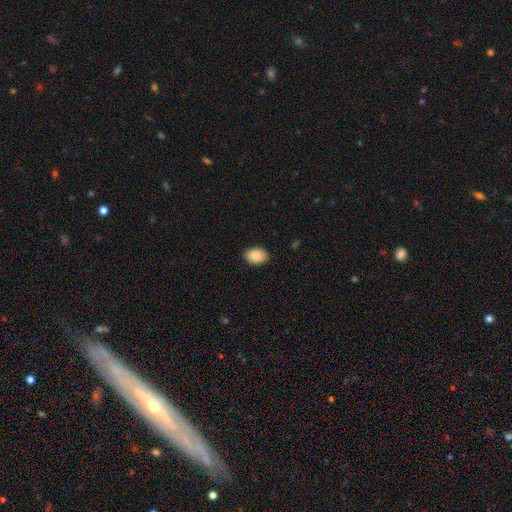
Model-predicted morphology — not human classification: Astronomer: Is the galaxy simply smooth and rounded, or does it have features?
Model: smooth — 89%.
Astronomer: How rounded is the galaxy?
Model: in between — 82%.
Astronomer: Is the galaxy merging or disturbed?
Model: none — 86%.